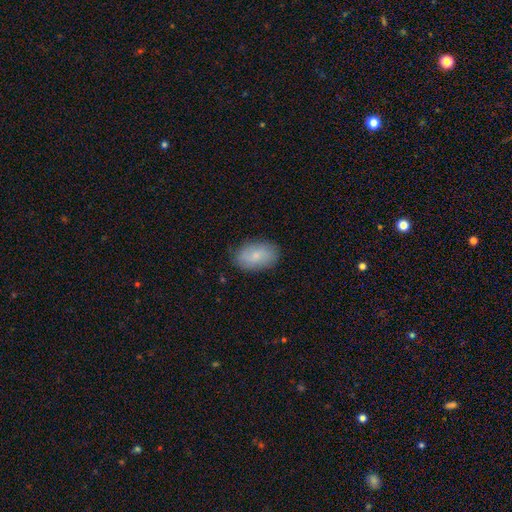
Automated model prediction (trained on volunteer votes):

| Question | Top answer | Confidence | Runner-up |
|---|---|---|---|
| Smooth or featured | smooth | 77% | featured or disk (16%) |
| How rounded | in between | 90% | round (8%) |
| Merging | none | 83% | minor disturbance (13%) |